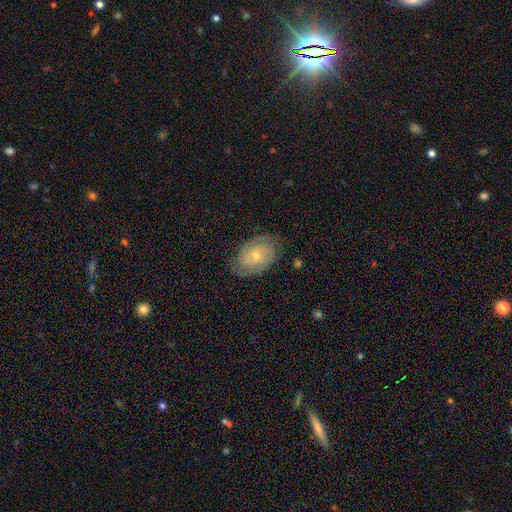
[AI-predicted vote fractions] Overall: featured or disk (53%; smooth 40%). Edge-on disk: no (96%). Bar: no (66%; weak 30%). Spiral arms: yes (81%). Bulge size: small (59%; moderate 36%). Merging: none (74%).